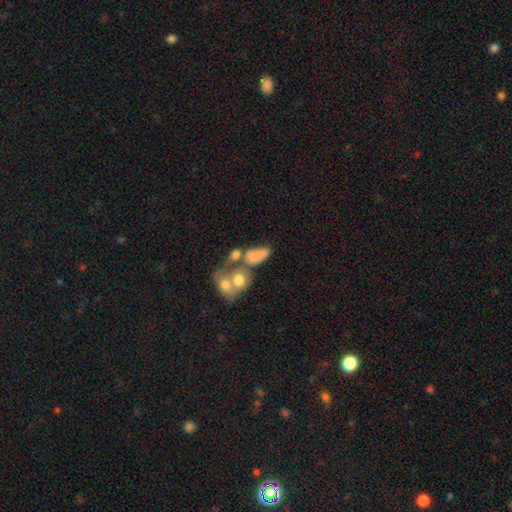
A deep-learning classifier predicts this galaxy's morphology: The model was most divided on "merging": merger: 50%, none: 22%, minor disturbance: 14%, major disturbance: 14%. More confident: how rounded — in between (85%); smooth or featured — smooth (67%).